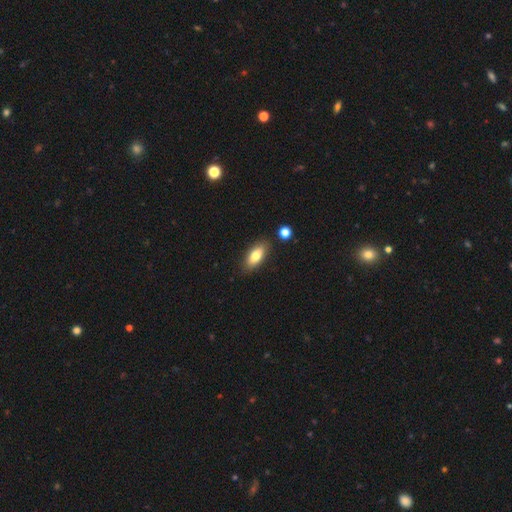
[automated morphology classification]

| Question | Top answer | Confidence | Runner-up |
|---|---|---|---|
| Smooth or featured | smooth | 78% | featured or disk (15%) |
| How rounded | in between | 84% | cigar-shaped (13%) |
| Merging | none | 84% | minor disturbance (10%) |